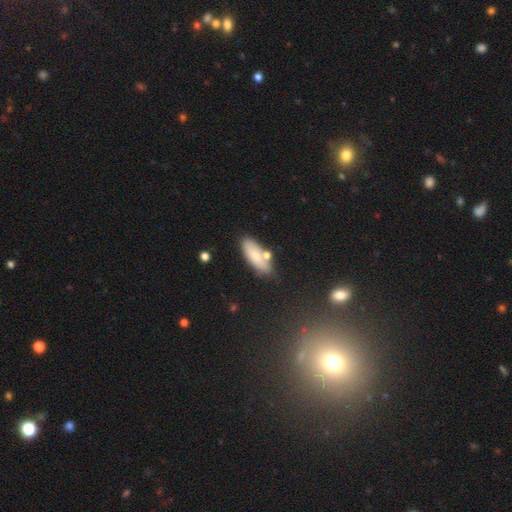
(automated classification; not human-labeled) This appears to be a smooth galaxy with no disk features (76%) that is in between round and cigar-shaped (74%). Merging: none (67%).